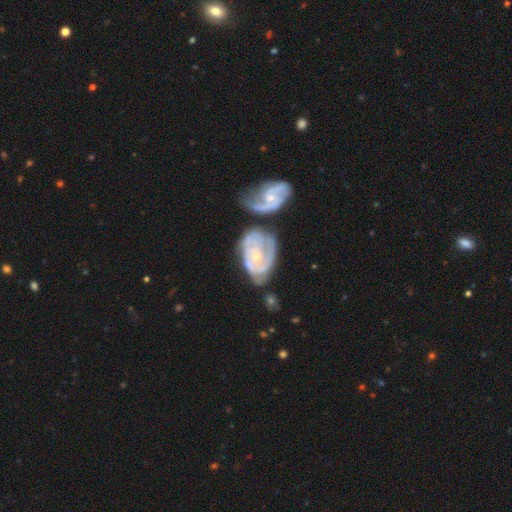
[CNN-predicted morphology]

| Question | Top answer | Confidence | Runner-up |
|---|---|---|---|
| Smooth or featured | featured or disk | 83% | smooth (12%) |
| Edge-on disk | no | 97% | yes (3%) |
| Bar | no | 73% | weak (22%) |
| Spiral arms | yes | 91% | no (9%) |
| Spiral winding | tight | 60% | medium (30%) |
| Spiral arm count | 2 | 38% | can't tell (29%) |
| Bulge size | small | 68% | moderate (28%) |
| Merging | merger | 37% | none (29%) |